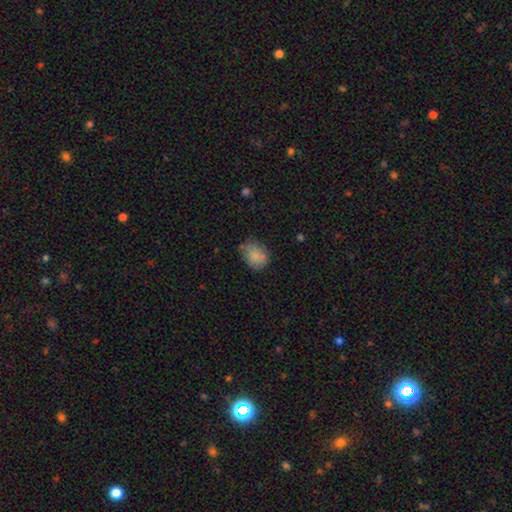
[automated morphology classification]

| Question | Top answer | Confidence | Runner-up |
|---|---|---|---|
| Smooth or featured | smooth | 81% | featured or disk (11%) |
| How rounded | in between | 60% | round (39%) |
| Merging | none | 63% | minor disturbance (26%) |